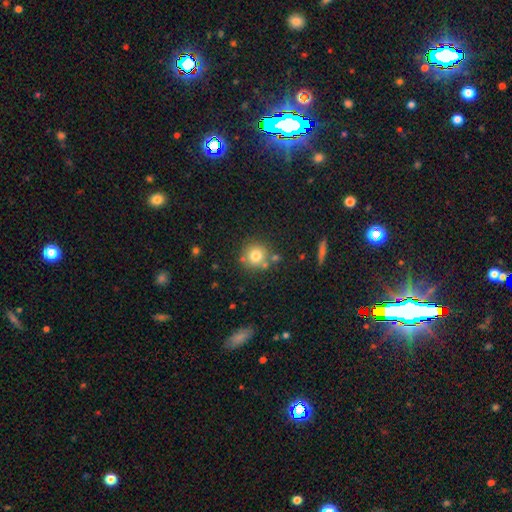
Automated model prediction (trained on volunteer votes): smooth_or_featured: smooth (p=0.77) [alt: star or artifact p=0.12]
how_rounded: round (p=0.92) [alt: in between p=0.07]
merging: none (p=0.75) [alt: merger p=0.11]